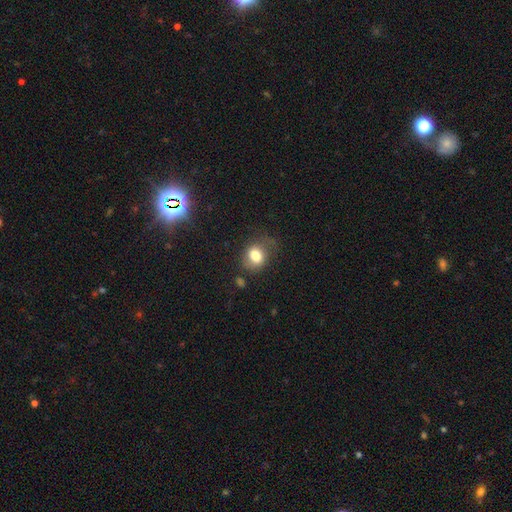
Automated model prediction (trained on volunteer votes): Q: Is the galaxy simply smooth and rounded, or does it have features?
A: smooth — 76%.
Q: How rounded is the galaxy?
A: round — 55%.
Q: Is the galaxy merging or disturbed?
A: none — 56%.